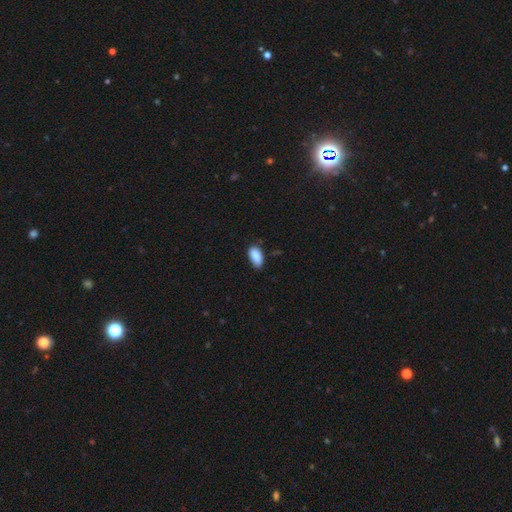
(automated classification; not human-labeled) Smooth or featured: smooth — 87% (star or artifact — 7%)
How rounded: in between — 93% (cigar-shaped — 4%)
Merging: none — 66% (minor disturbance — 28%)